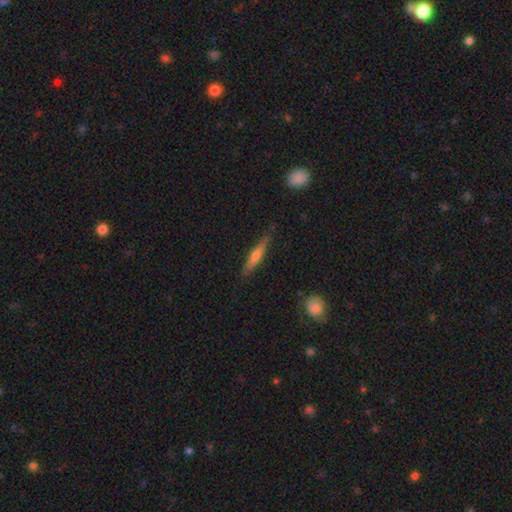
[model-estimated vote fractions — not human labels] Q: Smooth or featured?
A: featured or disk (50%); runner-up: smooth (43%)
Q: Edge-on disk?
A: yes (95%); runner-up: no (5%)
Q: Merging?
A: none (84%); runner-up: minor disturbance (12%)